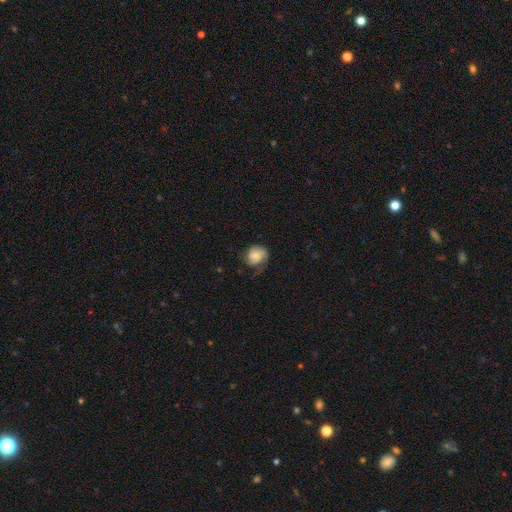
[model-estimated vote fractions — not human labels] smooth 59%, featured or disk 33%, star or artifact 8%. Down the decision tree: how rounded — round (61%); merging — none (45%).